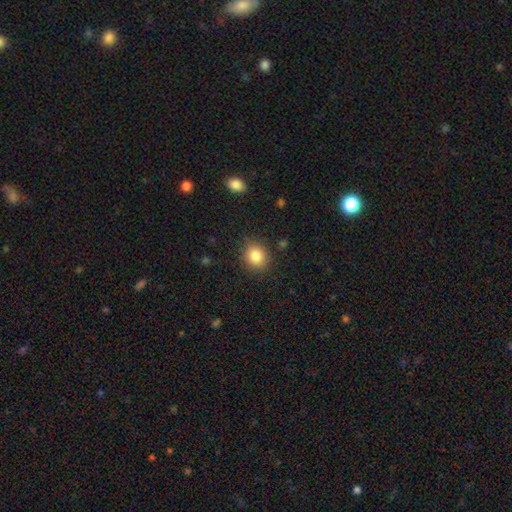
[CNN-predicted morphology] A smooth galaxy with no disk features (84%) that is round (70%).

Vote fractions:
- Smooth or featured? smooth: 84% / star or artifact: 10% / featured or disk: 6%
- How rounded? round: 70% / in between: 29% / cigar-shaped: 1%
- Merging? none: 86% / minor disturbance: 10% / major disturbance: 3% / merger: 1%